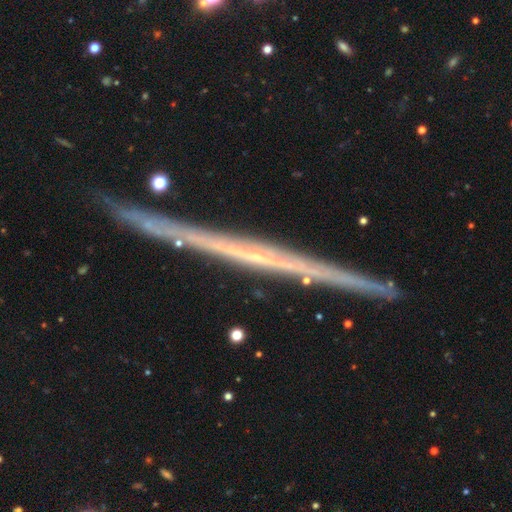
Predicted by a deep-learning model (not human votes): featured or disk 74%, smooth 16%, star or artifact 10%. Down the decision tree: edge-on disk — yes (97%); edge-on bulge — none (86%); merging — none (89%).